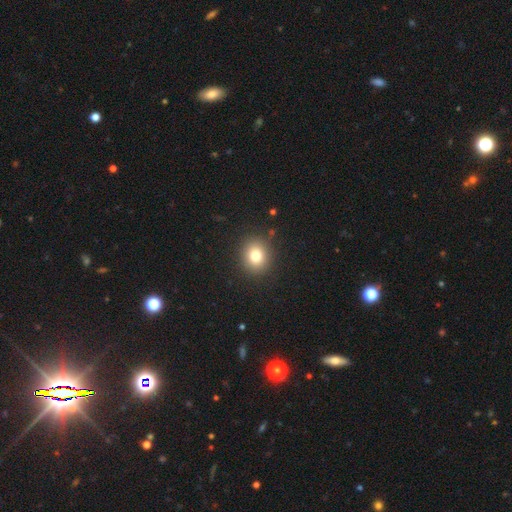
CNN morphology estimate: Overall: smooth (78%). How rounded: round (78%). Merging: none (89%).